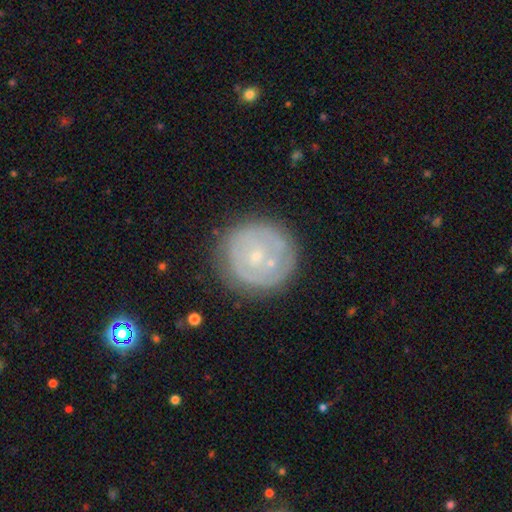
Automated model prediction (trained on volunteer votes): This is possibly a featured or disk galaxy (59%). It is clearly not viewed edge-on (97%). Bar: clearly no (81%). Spiral arm pattern: possibly yes (54%). Central bulge: likely small (76%). Merging: likely none (77%).